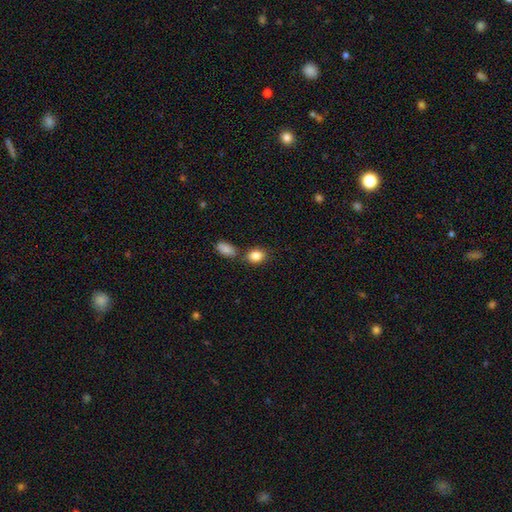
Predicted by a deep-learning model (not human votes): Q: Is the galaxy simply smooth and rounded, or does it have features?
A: smooth — 86%.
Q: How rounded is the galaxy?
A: in between — 68%.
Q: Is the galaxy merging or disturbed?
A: none — 64%.